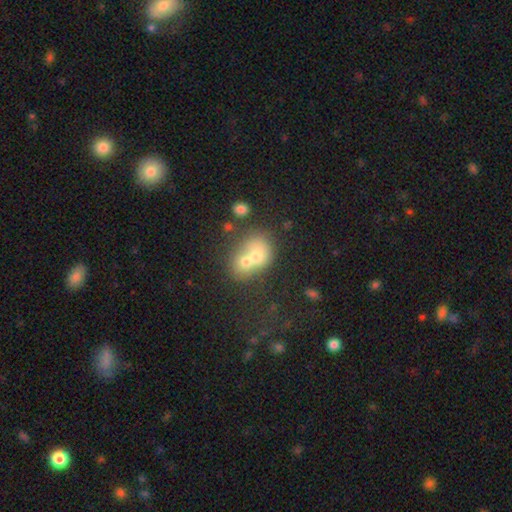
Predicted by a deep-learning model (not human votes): smooth_or_featured: smooth (p=0.62) [alt: featured or disk p=0.26]
how_rounded: round (p=0.51) [alt: in between p=0.48]
merging: merger (p=0.69) [alt: none p=0.20]